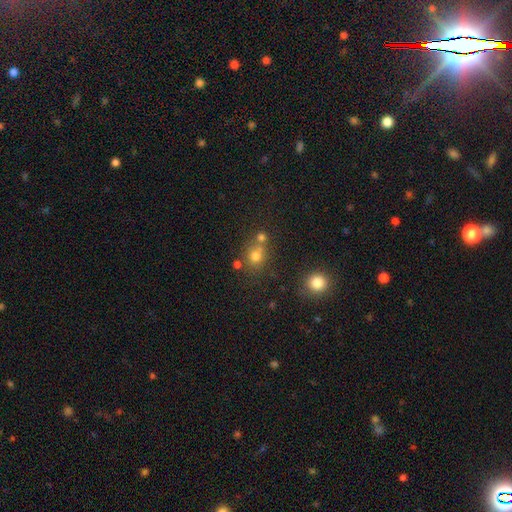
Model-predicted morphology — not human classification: Smooth or featured? Predicted: smooth (p=0.72). How rounded? Predicted: round (p=0.77). Merging? Predicted: none (p=0.54).